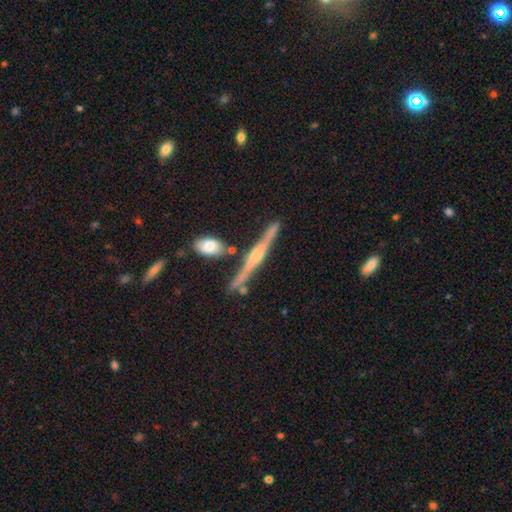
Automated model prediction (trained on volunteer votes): A featured or disk galaxy (79%) viewed edge-on (98%) with a rounded central bulge (72%). Merging: none (82%).